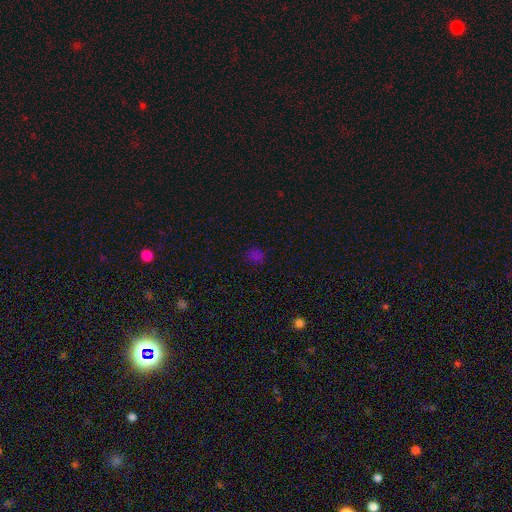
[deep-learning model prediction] This is likely a smooth galaxy (70%). How rounded: likely round (78%). Merging: clearly none (84%).